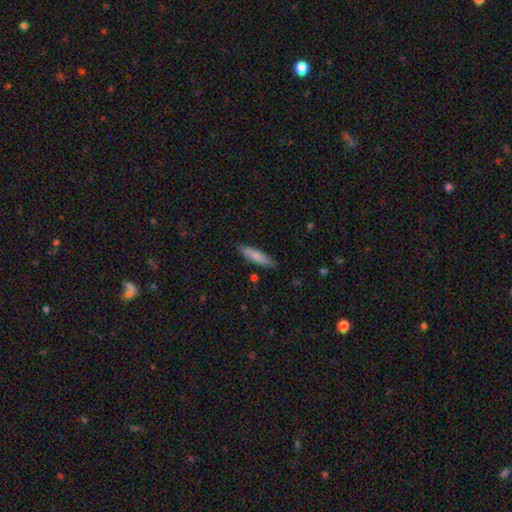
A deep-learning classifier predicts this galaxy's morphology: Smooth or featured: smooth — 80% (featured or disk — 15%)
How rounded: cigar-shaped — 81% (in between — 18%)
Merging: none — 86% (minor disturbance — 11%)